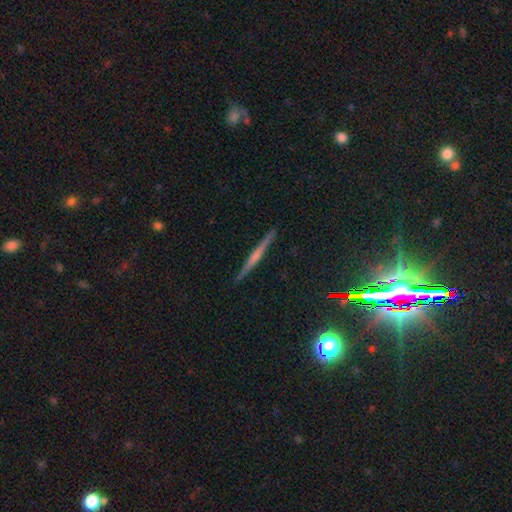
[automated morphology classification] Q: Smooth or featured?
A: featured or disk (57%); runner-up: star or artifact (26%)
Q: Edge-on disk?
A: yes (93%); runner-up: no (7%)
Q: Edge-on bulge?
A: rounded (61%); runner-up: none (27%)
Q: Merging?
A: none (87%); runner-up: minor disturbance (9%)